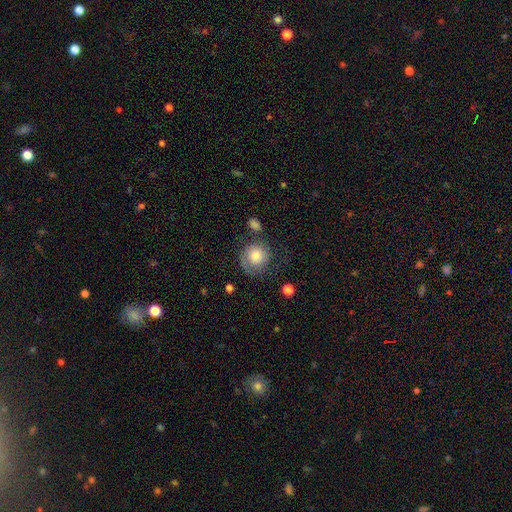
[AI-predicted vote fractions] This appears to be a smooth galaxy with no disk features (64%) that is round (82%). Merging: none (54%).